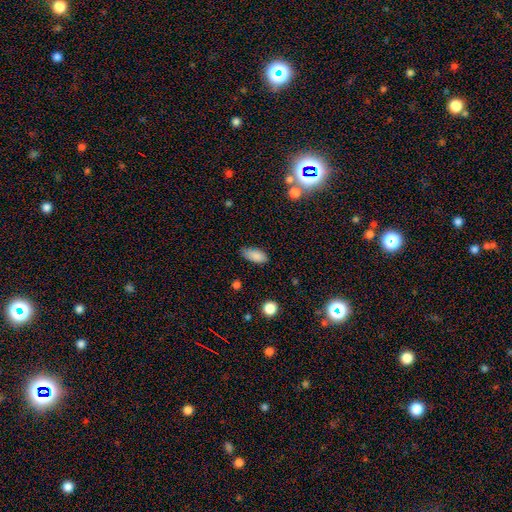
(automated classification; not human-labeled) Smooth or featured?
  - smooth: 86% *
  - star or artifact: 8%
  - featured or disk: 6%
How rounded?
  - in between: 89% *
  - cigar-shaped: 8%
  - round: 3%
Merging?
  - none: 74% *
  - minor disturbance: 21%
  - major disturbance: 4%
  - merger: 1%